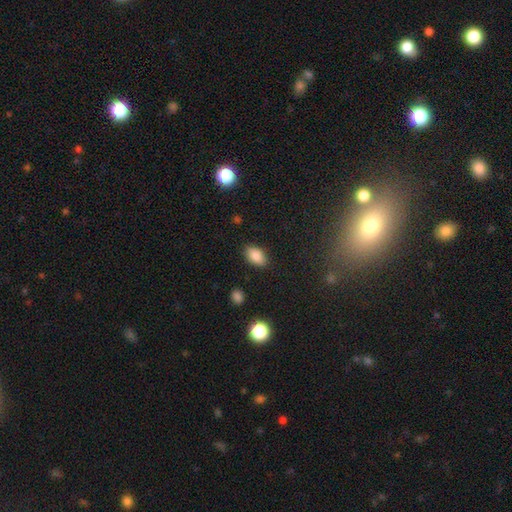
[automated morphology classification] A smooth galaxy with no disk features (86%) that is in between round and cigar-shaped (91%).

Vote fractions:
- Smooth or featured? smooth: 86% / star or artifact: 9% / featured or disk: 6%
- How rounded? in between: 91% / round: 7% / cigar-shaped: 2%
- Merging? none: 86% / minor disturbance: 10% / major disturbance: 3% / merger: 1%